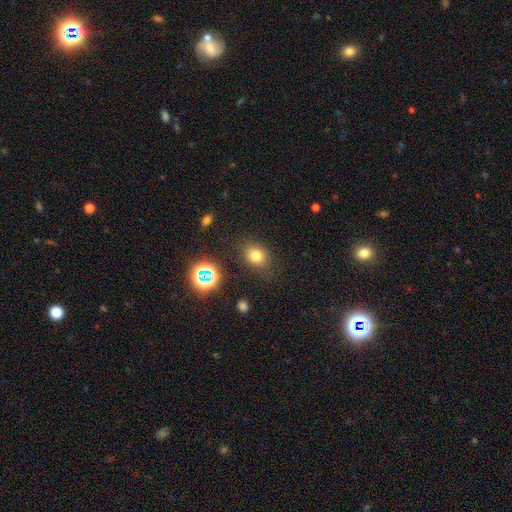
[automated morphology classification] A smooth galaxy with no disk features (74%) that is round (55%).

Vote fractions:
- Smooth or featured? smooth: 74% / star or artifact: 18% / featured or disk: 8%
- How rounded? round: 55% / in between: 44% / cigar-shaped: 1%
- Merging? none: 79% / minor disturbance: 13% / major disturbance: 5% / merger: 2%